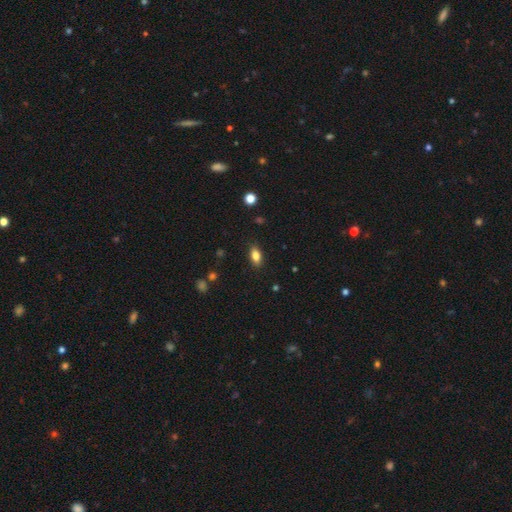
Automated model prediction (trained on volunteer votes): A smooth galaxy with no disk features (82%) that is in between round and cigar-shaped (87%). Merging: none (86%).